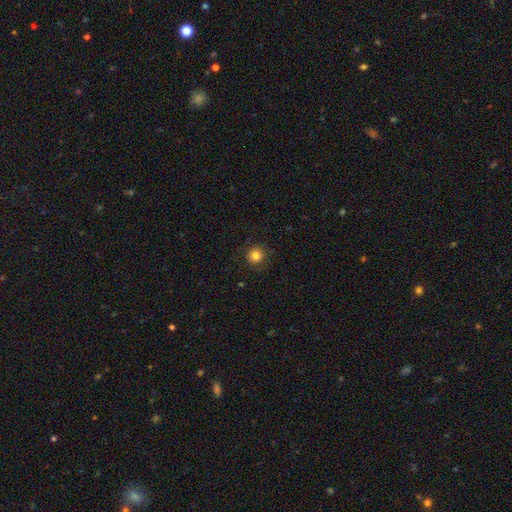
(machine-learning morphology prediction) Q: Smooth or featured?
A: smooth (83%); runner-up: star or artifact (12%)
Q: How rounded?
A: round (94%); runner-up: in between (5%)
Q: Merging?
A: none (90%); runner-up: minor disturbance (7%)